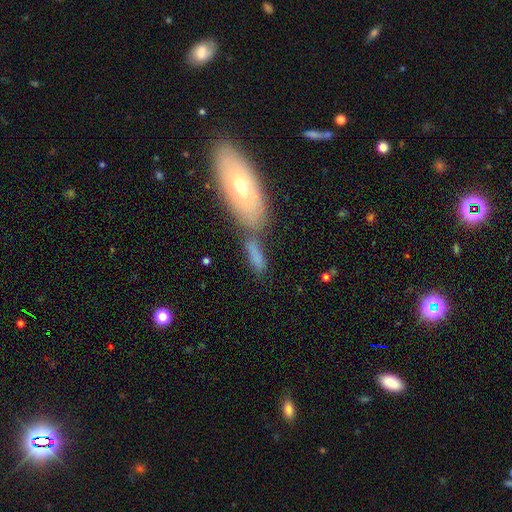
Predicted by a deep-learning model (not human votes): smooth 67%, featured or disk 23%, star or artifact 10%. Down the decision tree: how rounded — in between (54%); merging — merger (39%, tied with none).